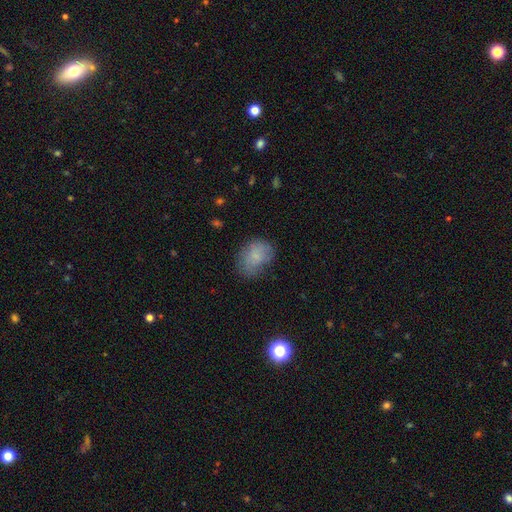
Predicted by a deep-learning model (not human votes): smooth_or_featured: smooth (p=0.77) [alt: featured or disk p=0.14]
how_rounded: in between (p=0.73) [alt: round p=0.26]
merging: none (p=0.60) [alt: minor disturbance p=0.27]